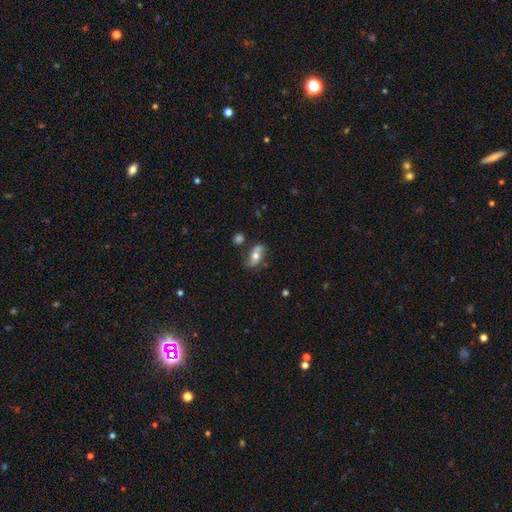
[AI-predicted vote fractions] Q: Smooth or featured?
A: featured or disk (49%); runner-up: smooth (43%)
Q: Merging?
A: none (65%); runner-up: minor disturbance (20%)